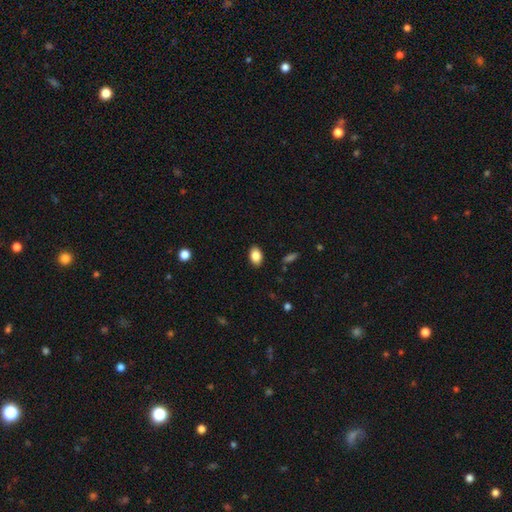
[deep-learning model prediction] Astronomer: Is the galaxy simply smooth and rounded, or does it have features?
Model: smooth — 86%.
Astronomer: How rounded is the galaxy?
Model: in between — 87%.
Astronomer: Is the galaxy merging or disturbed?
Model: none — 89%.